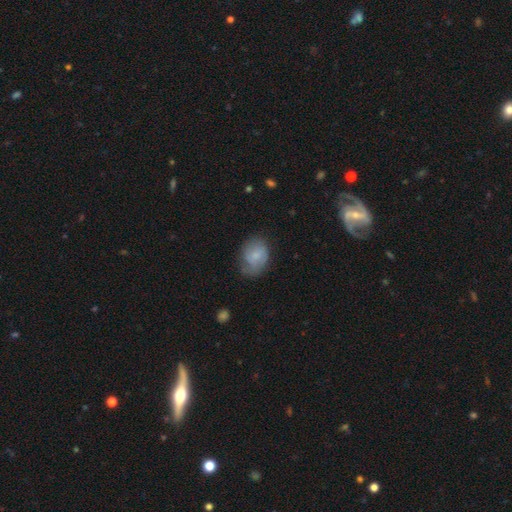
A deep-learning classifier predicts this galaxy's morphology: Overall: smooth (60%; featured or disk 32%). How rounded: in between (69%; round 30%). Merging: none (56%; minor disturbance 30%).